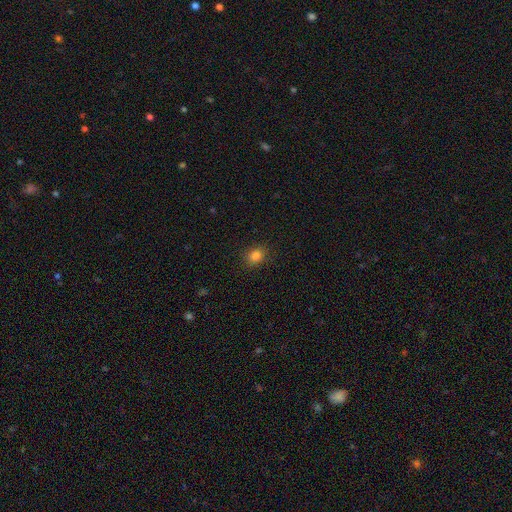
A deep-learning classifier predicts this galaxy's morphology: Smooth or featured?
  - smooth: 83% *
  - star or artifact: 12%
  - featured or disk: 5%
How rounded?
  - round: 55% *
  - in between: 44%
  - cigar-shaped: 1%
Merging?
  - none: 89% *
  - minor disturbance: 8%
  - major disturbance: 2%
  - merger: 1%